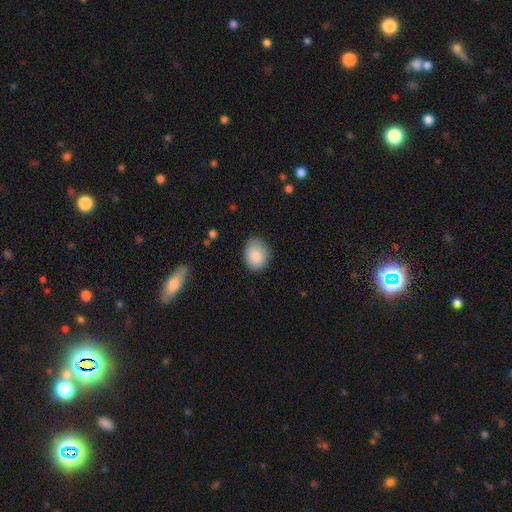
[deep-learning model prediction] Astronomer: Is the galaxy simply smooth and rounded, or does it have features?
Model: smooth — 87%.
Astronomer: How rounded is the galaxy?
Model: in between — 52% (runner-up: round, 48%).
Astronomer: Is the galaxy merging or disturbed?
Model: none — 78%.